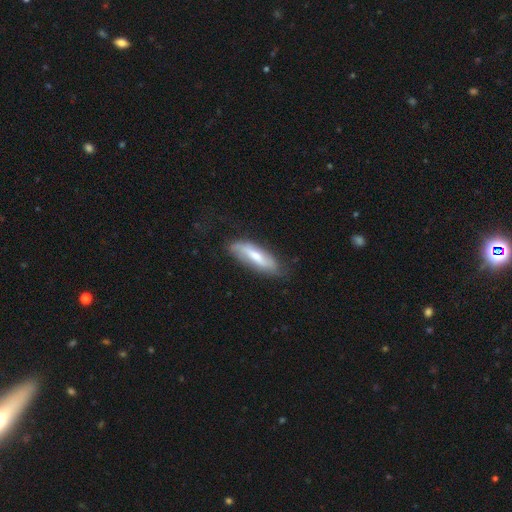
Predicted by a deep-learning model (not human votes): featured or disk 52%, smooth 42%, star or artifact 6%. Down the decision tree: edge-on disk — no (67%); merging — none (72%).